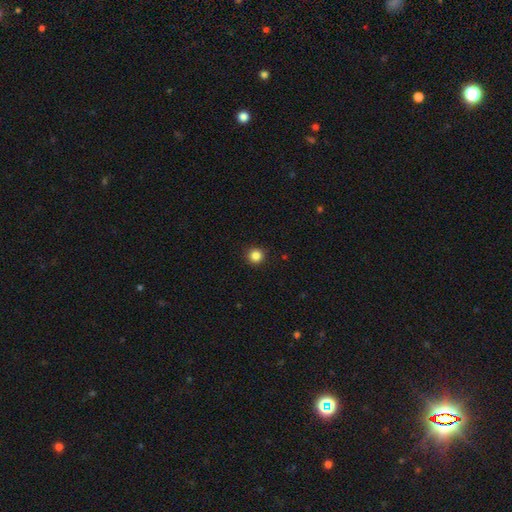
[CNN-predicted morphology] type=smooth (85%); roundness=round (95%); merging=none (92%).